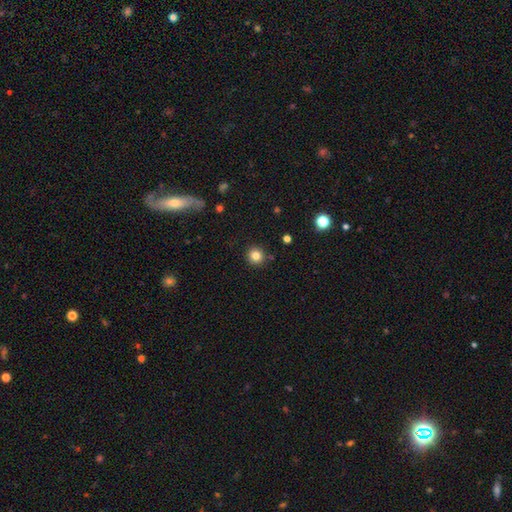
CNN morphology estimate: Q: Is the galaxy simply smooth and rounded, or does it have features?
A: smooth — 82%.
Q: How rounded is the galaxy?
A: round — 93%.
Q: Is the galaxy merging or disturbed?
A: none — 89%.